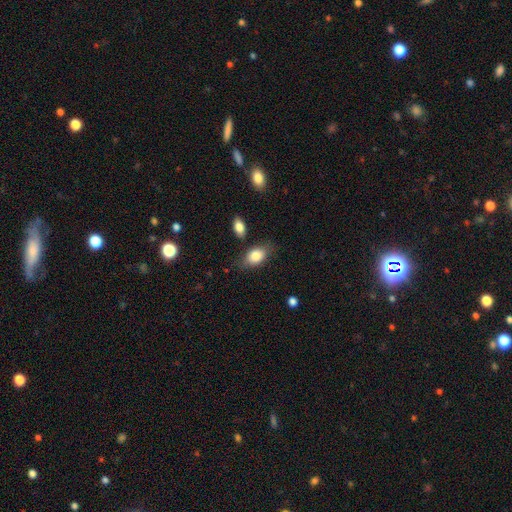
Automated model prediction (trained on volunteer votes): Smooth or featured?
  - smooth: 82% *
  - featured or disk: 11%
  - star or artifact: 7%
How rounded?
  - in between: 85% *
  - round: 12%
  - cigar-shaped: 3%
Merging?
  - none: 72% *
  - minor disturbance: 18%
  - major disturbance: 5%
  - merger: 5%